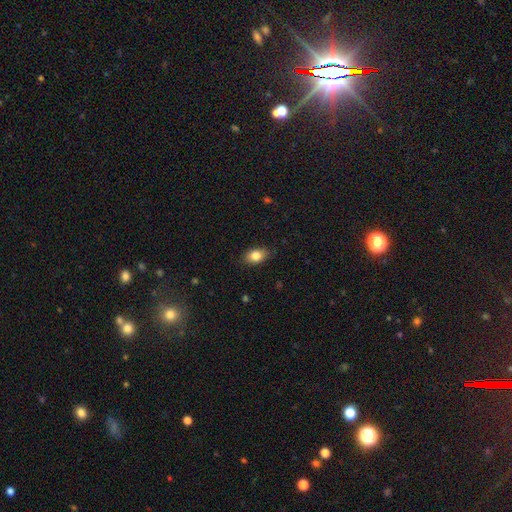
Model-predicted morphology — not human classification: Smooth or featured: smooth — 84% (featured or disk — 8%)
How rounded: in between — 83% (round — 15%)
Merging: none — 84% (minor disturbance — 13%)